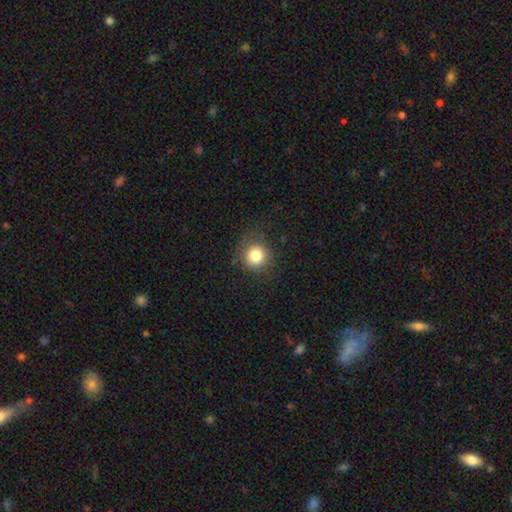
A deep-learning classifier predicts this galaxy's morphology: smooth_or_featured: smooth (p=0.80) [alt: star or artifact p=0.12]
how_rounded: round (p=0.91) [alt: in between p=0.08]
merging: none (p=0.82) [alt: minor disturbance p=0.12]